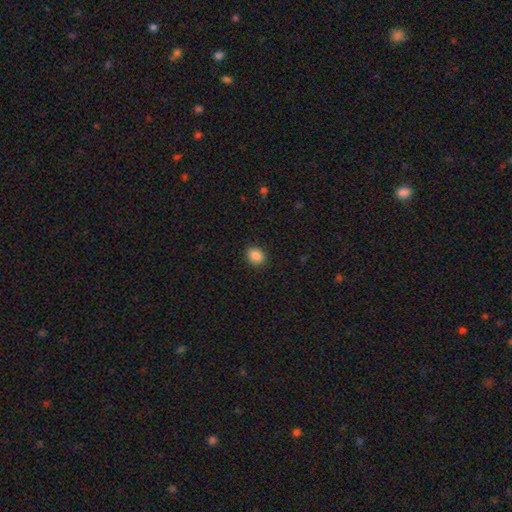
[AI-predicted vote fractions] Smooth or featured? smooth (88%)
How rounded? in between (53%)
Merging? none (90%)